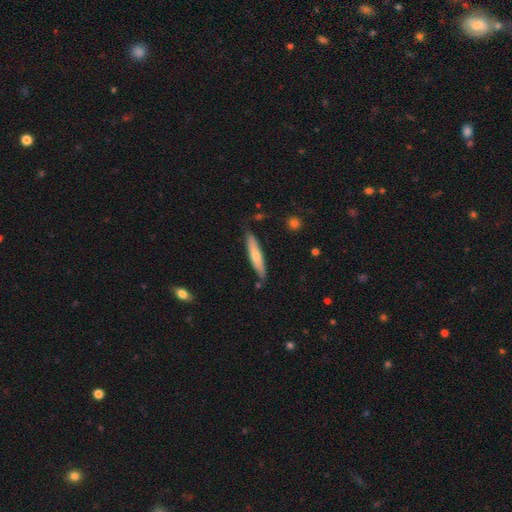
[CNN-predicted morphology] Smooth or featured? smooth (59%)
How rounded? cigar-shaped (85%)
Merging? none (81%)